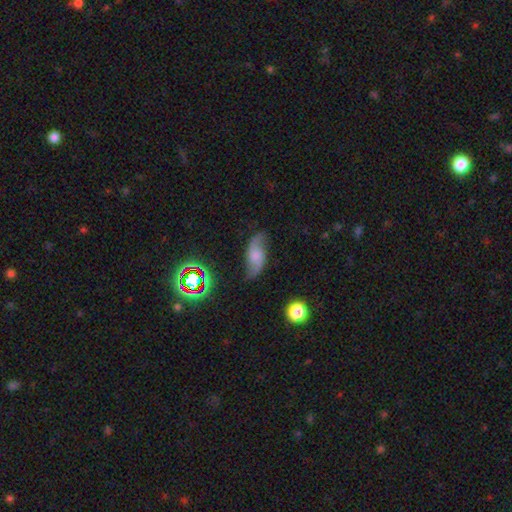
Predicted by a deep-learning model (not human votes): smooth_or_featured: featured or disk (p=0.66) [alt: smooth p=0.24]
disk_edge_on: no (p=0.93) [alt: yes p=0.07]
bar: no (p=0.62) [alt: weak p=0.31]
has_spiral_arms: yes (p=0.94) [alt: no p=0.06]
spiral_winding: loose (p=0.70) [alt: medium p=0.23]
spiral_arm_count: 2 (p=0.91) [alt: can't tell p=0.04]
bulge_size: moderate (p=0.31) [alt: small p=0.27]
merging: none (p=0.72) [alt: minor disturbance p=0.20]